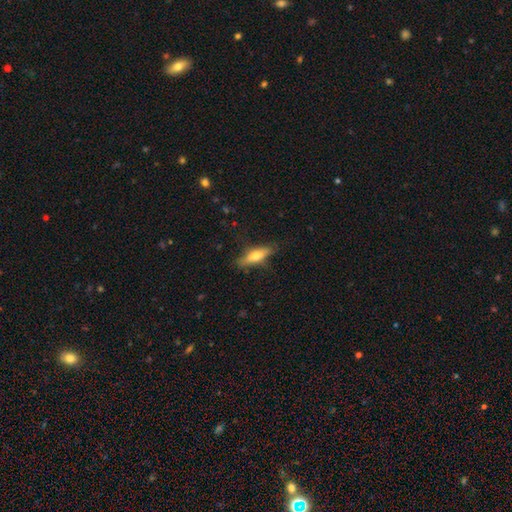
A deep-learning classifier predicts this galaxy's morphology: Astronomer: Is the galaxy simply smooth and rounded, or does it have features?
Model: smooth — 62%.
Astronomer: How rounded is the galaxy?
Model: cigar-shaped — 55% (runner-up: in between, 42%).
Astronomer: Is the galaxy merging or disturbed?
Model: none — 79%.